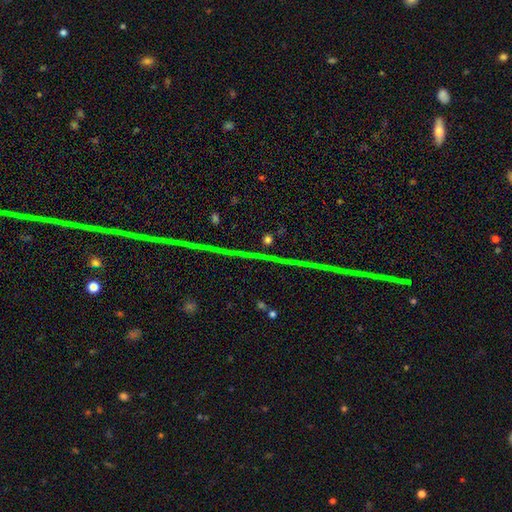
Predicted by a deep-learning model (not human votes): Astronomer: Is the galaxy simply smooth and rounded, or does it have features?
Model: star or artifact — 86%.